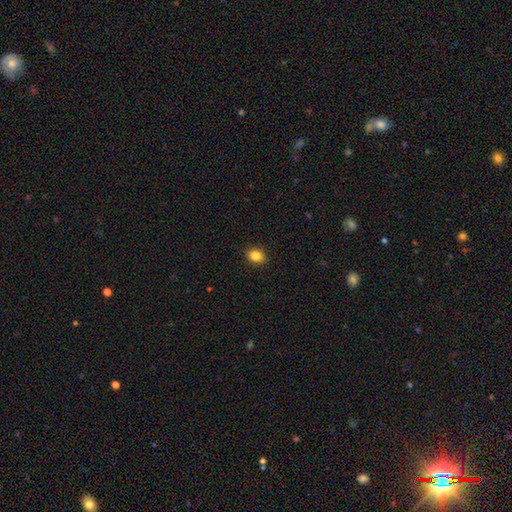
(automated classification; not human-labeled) The model was most divided on "how rounded": in between: 63%, round: 36%, cigar-shaped: 1%. More confident: merging — none (90%); smooth or featured — smooth (85%).